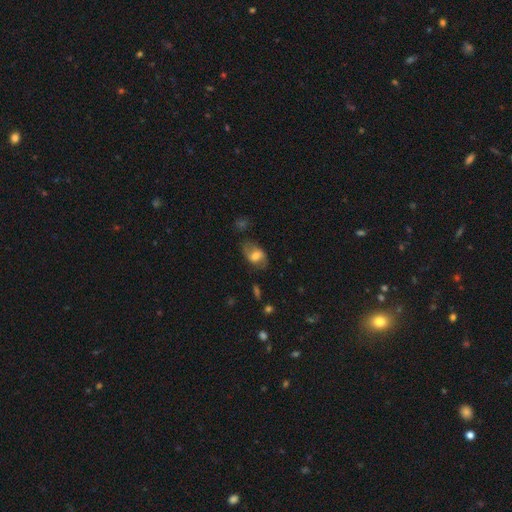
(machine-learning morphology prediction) smooth_or_featured: smooth (p=0.56) [alt: featured or disk p=0.36]
how_rounded: in between (p=0.85) [alt: round p=0.13]
merging: none (p=0.64) [alt: minor disturbance p=0.22]